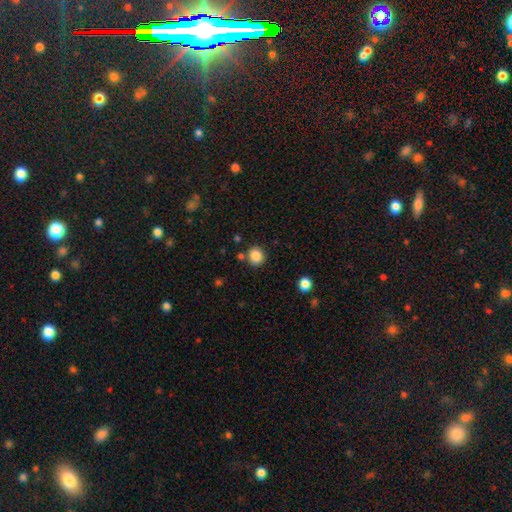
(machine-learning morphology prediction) Smooth or featured? Predicted: smooth (p=0.86). How rounded? Predicted: round (p=0.83). Merging? Predicted: none (p=0.82).